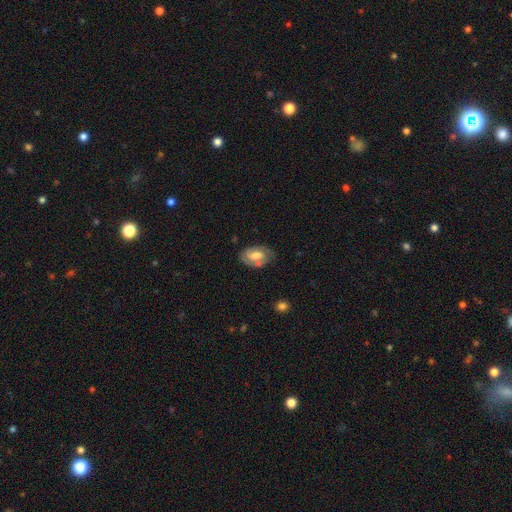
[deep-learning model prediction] Q: Smooth or featured?
A: featured or disk (59%); runner-up: smooth (34%)
Q: Edge-on disk?
A: no (95%); runner-up: yes (5%)
Q: Bar?
A: weak (48%); runner-up: no (36%)
Q: Spiral arms?
A: yes (78%); runner-up: no (22%)
Q: Bulge size?
A: moderate (51%); runner-up: small (20%)
Q: Merging?
A: none (68%); runner-up: minor disturbance (21%)